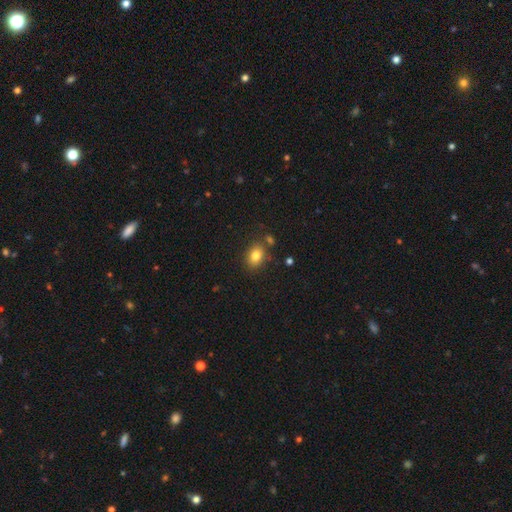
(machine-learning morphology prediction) Q: Smooth or featured?
A: smooth (82%); runner-up: star or artifact (10%)
Q: How rounded?
A: in between (66%); runner-up: round (33%)
Q: Merging?
A: none (77%); runner-up: minor disturbance (12%)